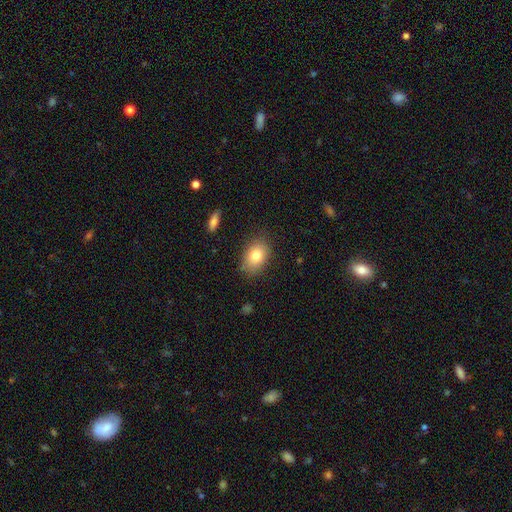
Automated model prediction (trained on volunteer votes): This is likely a smooth galaxy (80%). How rounded: likely in between (76%). Merging: clearly none (81%).